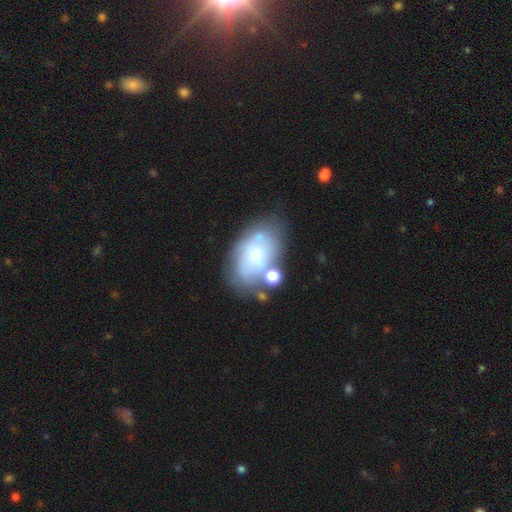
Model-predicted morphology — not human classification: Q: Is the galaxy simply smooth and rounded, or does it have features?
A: featured or disk — 47%.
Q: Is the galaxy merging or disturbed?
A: none — 48%.